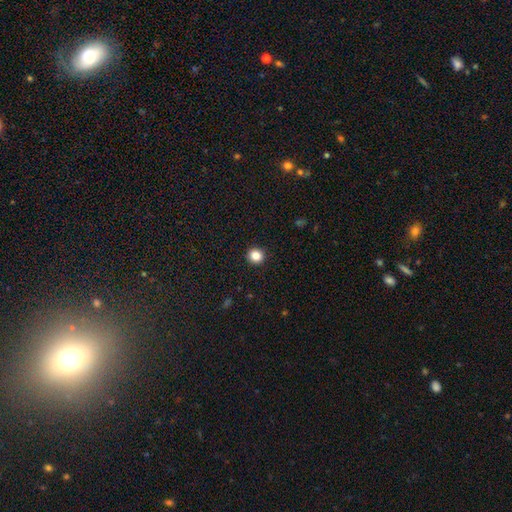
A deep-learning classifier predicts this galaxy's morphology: smooth 85%, star or artifact 11%, featured or disk 4%. Down the decision tree: how rounded — round (91%); merging — none (93%).